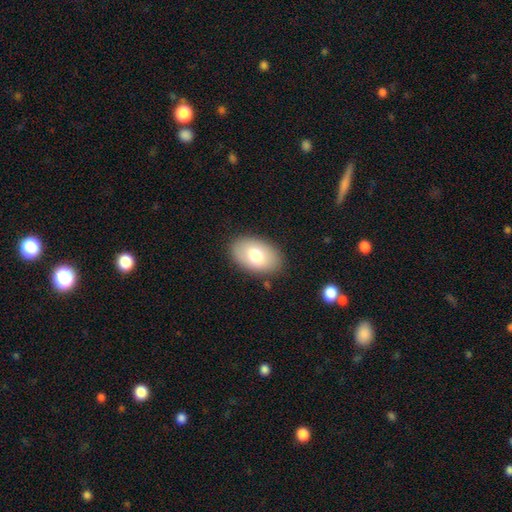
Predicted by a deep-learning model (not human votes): Smooth or featured: smooth — 75% (featured or disk — 18%)
How rounded: in between — 91% (round — 7%)
Merging: none — 86% (minor disturbance — 10%)